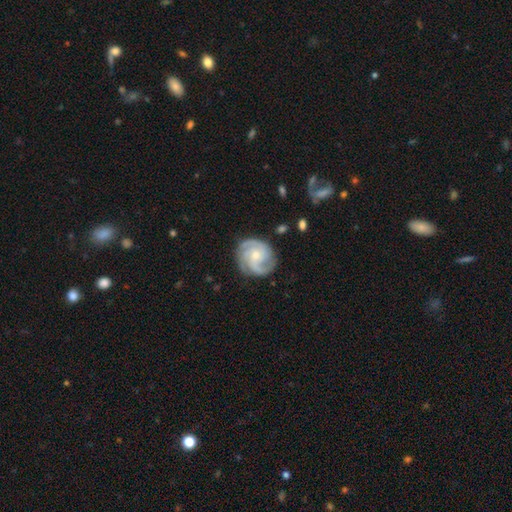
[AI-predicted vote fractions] Overall: featured or disk (87%). Edge-on disk: no (98%). Bar: no (69%). Spiral arms: yes (98%). Spiral arm count: 3 (53%; 2 19%). Spiral winding: tight (54%; medium 39%). Bulge size: small (57%; moderate 38%). Merging: none (79%).